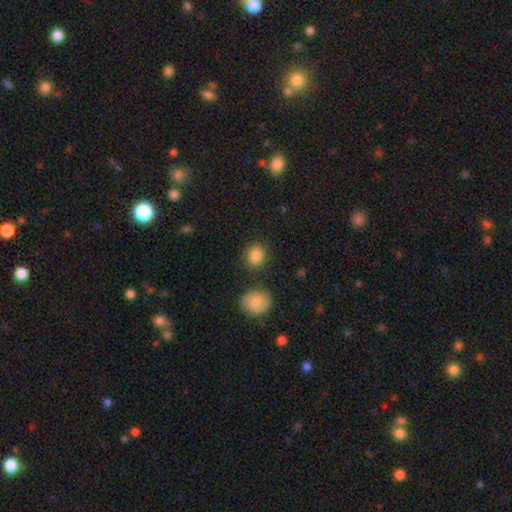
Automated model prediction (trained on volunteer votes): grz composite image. It shows a smooth galaxy with no disk features (86%) that is round (71%). Merging: none (81%).